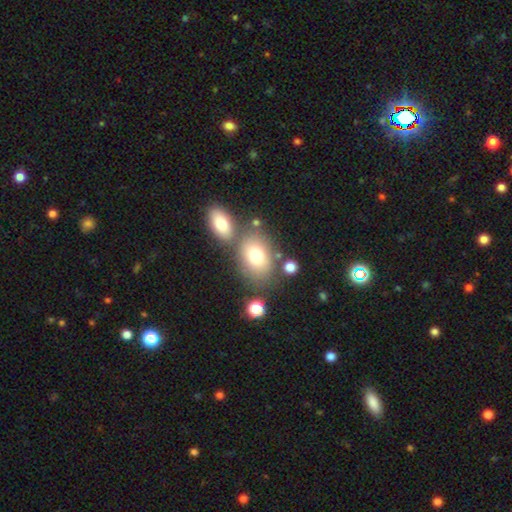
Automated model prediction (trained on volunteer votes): Smooth or featured: smooth — 76% (featured or disk — 14%)
How rounded: in between — 76% (round — 23%)
Merging: none — 60% (merger — 21%)